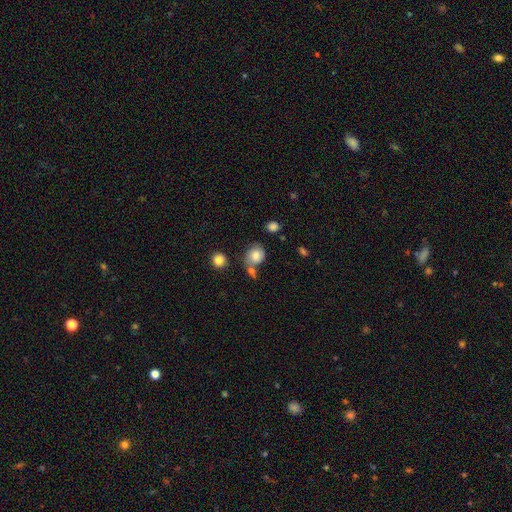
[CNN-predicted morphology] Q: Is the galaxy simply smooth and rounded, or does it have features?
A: smooth — 72%.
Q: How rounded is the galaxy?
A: round — 66%.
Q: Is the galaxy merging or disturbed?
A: none — 49%.